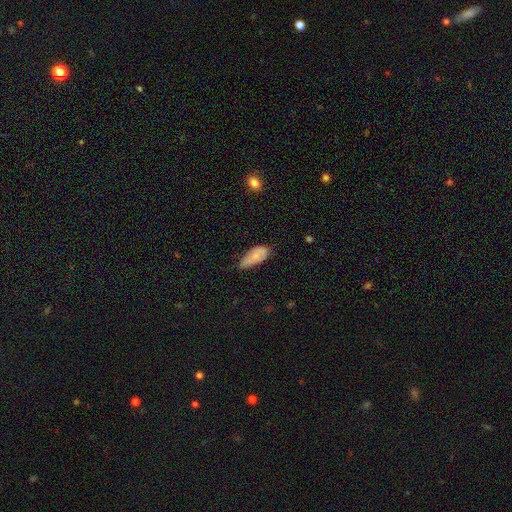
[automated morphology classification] smooth_or_featured: smooth (p=0.71) [alt: featured or disk p=0.22]
how_rounded: in between (p=0.88) [alt: cigar-shaped p=0.08]
merging: minor disturbance (p=0.49) [alt: none p=0.36]